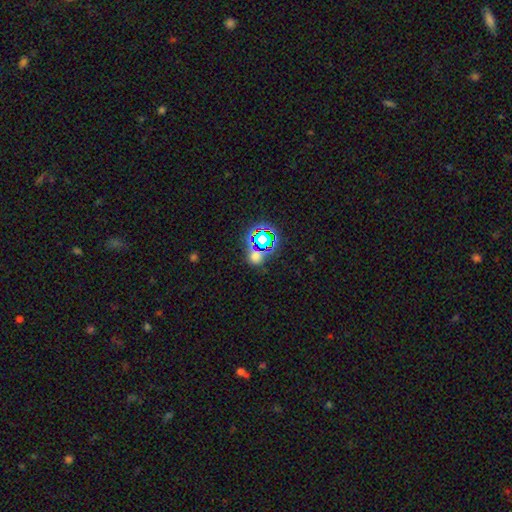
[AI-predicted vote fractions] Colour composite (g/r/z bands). It shows a star or artifact, not a galaxy (55%).